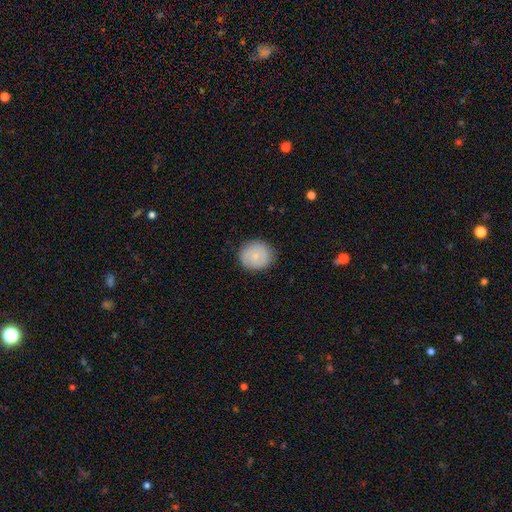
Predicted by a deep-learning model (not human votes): This is likely a smooth galaxy (78%). How rounded: clearly round (86%). Merging: clearly none (87%).